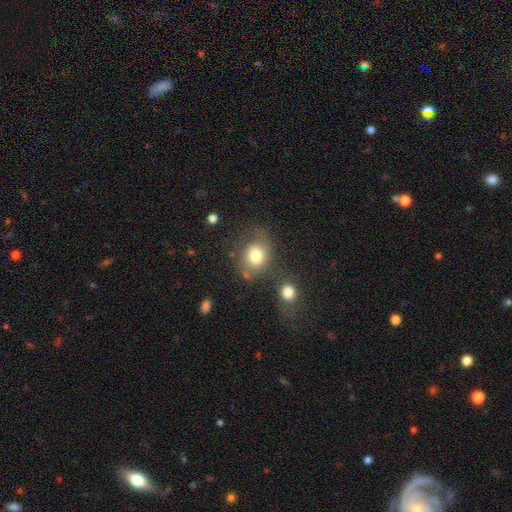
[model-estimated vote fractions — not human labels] Smooth or featured: smooth — 74% (featured or disk — 16%)
How rounded: round — 54% (in between — 45%)
Merging: none — 56% (minor disturbance — 20%)